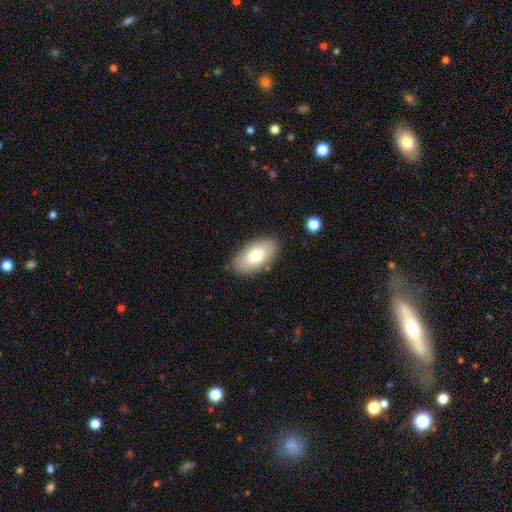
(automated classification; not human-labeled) A smooth galaxy with no disk features (75%) that is in between round and cigar-shaped (94%).

Vote fractions:
- Smooth or featured? smooth: 75% / featured or disk: 18% / star or artifact: 7%
- How rounded? in between: 94% / round: 3% / cigar-shaped: 3%
- Merging? none: 85% / minor disturbance: 11% / major disturbance: 3% / merger: 2%